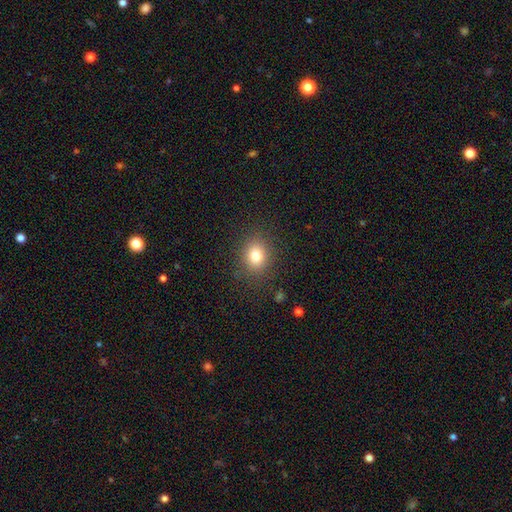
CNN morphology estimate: Smooth or featured? smooth (78%)
How rounded? round (69%)
Merging? none (87%)